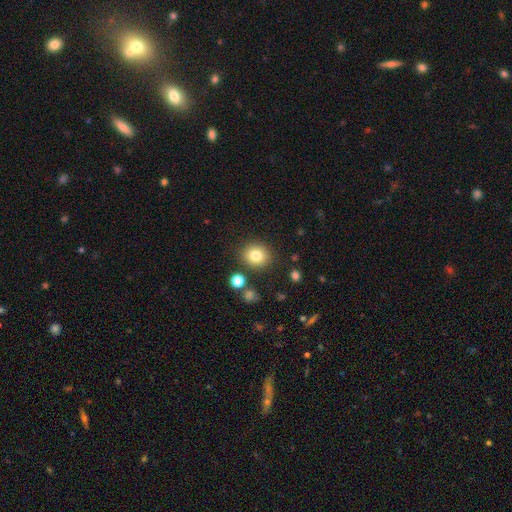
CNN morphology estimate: Smooth or featured: smooth — 81% (star or artifact — 11%)
How rounded: round — 82% (in between — 17%)
Merging: none — 85% (minor disturbance — 8%)